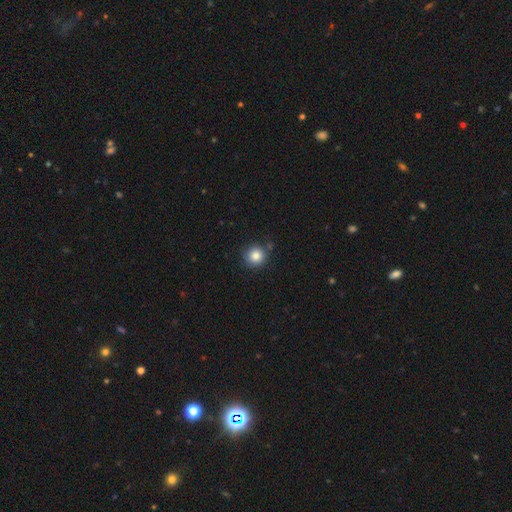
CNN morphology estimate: smooth 84%, star or artifact 10%, featured or disk 6%. Down the decision tree: how rounded — round (93%); merging — none (82%).